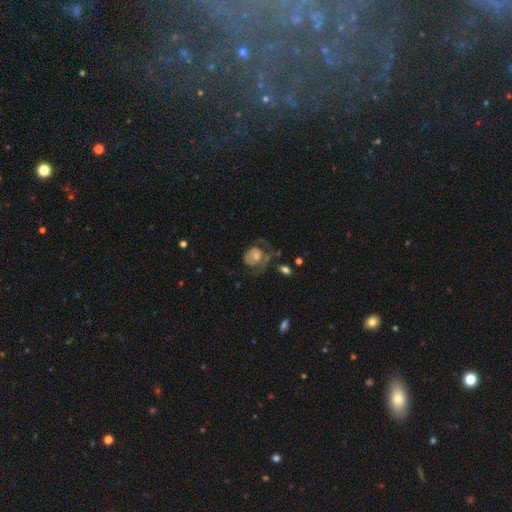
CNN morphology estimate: Smooth or featured? Predicted: featured or disk (p=0.56). Edge-on disk? Predicted: no (p=0.96). Bar? Predicted: no (p=0.82). Spiral arms? Predicted: yes (p=0.57). Bulge size? Predicted: moderate (p=0.56). Merging? Predicted: none (p=0.39).